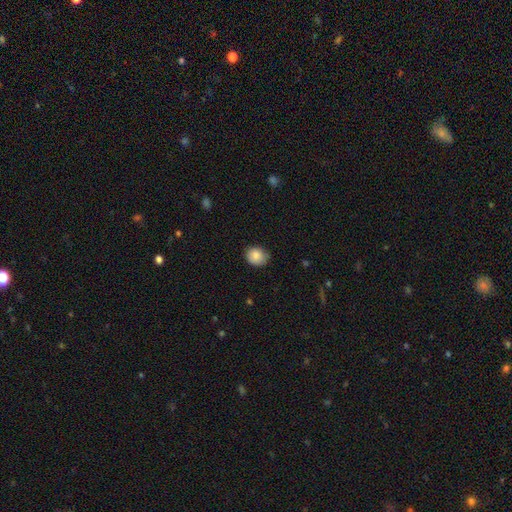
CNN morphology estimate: The model was most divided on "how rounded": round: 75%, in between: 24%, cigar-shaped: 1%. More confident: smooth or featured — smooth (85%); merging — none (77%).